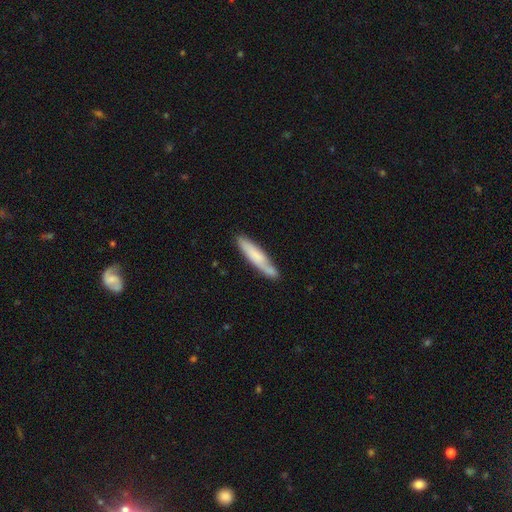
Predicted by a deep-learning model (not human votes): smooth 65%, featured or disk 29%, star or artifact 6%. Down the decision tree: how rounded — cigar-shaped (88%); merging — none (71%).